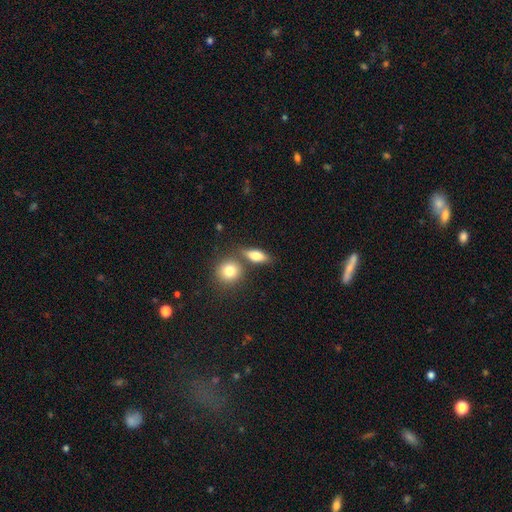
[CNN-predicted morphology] Smooth or featured? Predicted: smooth (p=0.74). How rounded? Predicted: in between (p=0.65). Merging? Predicted: none (p=0.65).